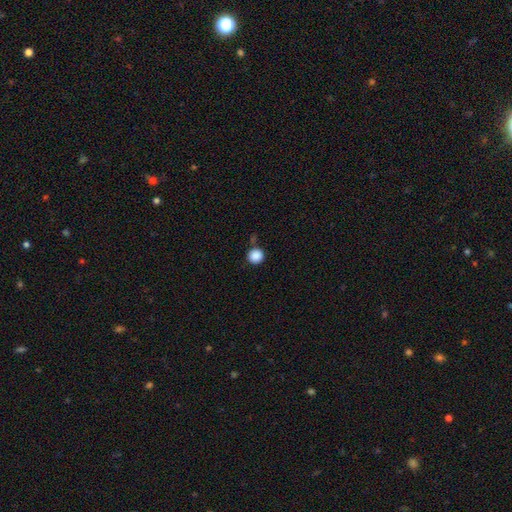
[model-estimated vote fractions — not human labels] Smooth or featured: smooth — 88% (star or artifact — 9%)
How rounded: round — 95% (in between — 5%)
Merging: none — 83% (minor disturbance — 8%)